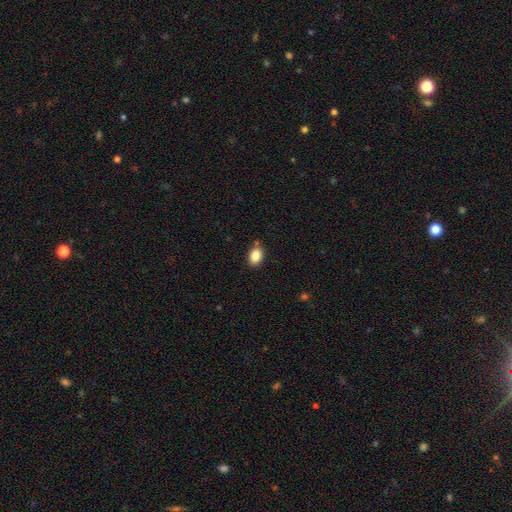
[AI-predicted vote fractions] Overall: smooth (85%). How rounded: in between (70%). Merging: none (79%).